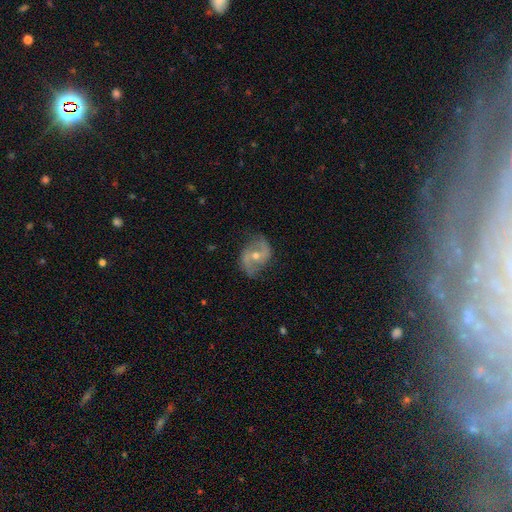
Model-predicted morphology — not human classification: Smooth or featured?
  - featured or disk: 84% *
  - smooth: 9%
  - star or artifact: 7%
Edge-on disk?
  - no: 97% *
  - yes: 3%
Bar?
  - no: 44% *
  - weak: 40%
  - strong: 16%
Spiral arms?
  - yes: 94% *
  - no: 6%
Spiral winding?
  - loose: 44% *
  - medium: 42%
  - tight: 14%
Spiral arm count?
  - 2: 91% *
  - can't tell: 4%
  - 1: 2%
  - 3: 1%
  - 4: 1%
  - more than 4: 1%
Bulge size?
  - moderate: 56% *
  - small: 41%
  - large: 2%
  - none: 1%
  - dominant: 1%
Merging?
  - none: 78% *
  - minor disturbance: 15%
  - major disturbance: 5%
  - merger: 1%